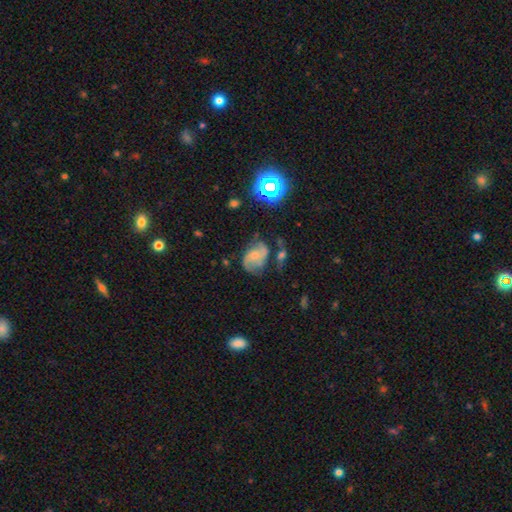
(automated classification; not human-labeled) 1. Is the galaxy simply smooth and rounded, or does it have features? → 61% featured or disk, 27% smooth, 13% star or artifact.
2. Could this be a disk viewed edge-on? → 97% no, 3% yes.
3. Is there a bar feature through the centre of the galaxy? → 61% no, 31% weak, 7% strong.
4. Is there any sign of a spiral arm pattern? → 87% yes, 13% no.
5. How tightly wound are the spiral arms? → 46% medium, 33% loose, 21% tight.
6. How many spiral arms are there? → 75% 2, 13% can't tell, 5% 3, 4% 1, 2% 4, 2% more than 4.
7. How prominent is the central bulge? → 38% small, 36% none, 19% moderate, 5% large, 2% dominant.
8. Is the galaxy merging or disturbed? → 44% none, 26% minor disturbance, 21% major disturbance, 9% merger.